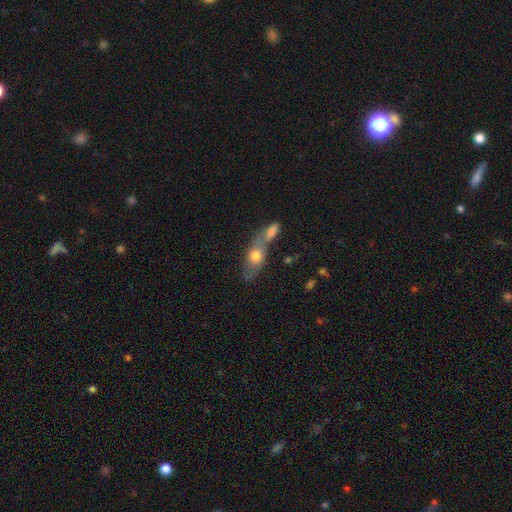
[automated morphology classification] Smooth or featured? Predicted: smooth (p=0.62). How rounded? Predicted: in between (p=0.72). Merging? Predicted: merger (p=0.55).